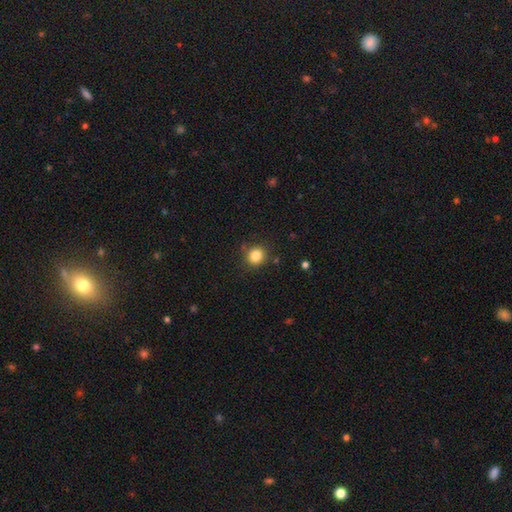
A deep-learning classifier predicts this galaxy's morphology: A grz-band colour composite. It shows a smooth galaxy with no disk features (83%) that is round (87%). Merging: none (85%).